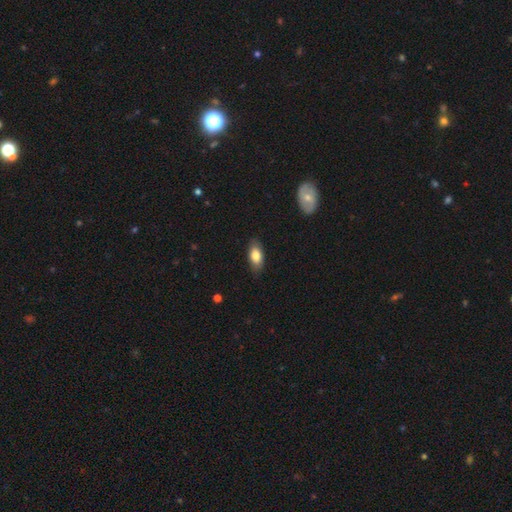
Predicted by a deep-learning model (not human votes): Smooth or featured?
  - smooth: 80% *
  - featured or disk: 13%
  - star or artifact: 7%
How rounded?
  - in between: 89% *
  - cigar-shaped: 8%
  - round: 4%
Merging?
  - none: 84% *
  - minor disturbance: 13%
  - major disturbance: 2%
  - merger: 1%